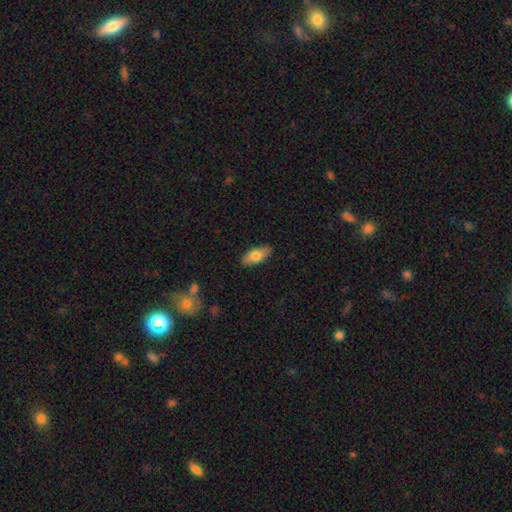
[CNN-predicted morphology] Smooth or featured? smooth (74%)
How rounded? in between (86%)
Merging? none (87%)